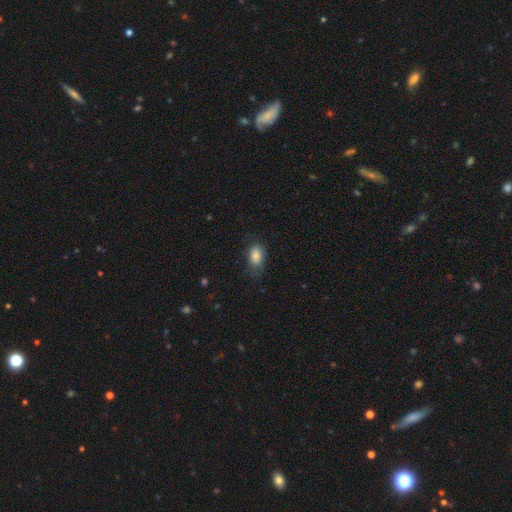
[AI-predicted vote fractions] smooth_or_featured: smooth (p=0.86) [alt: star or artifact p=0.08]
how_rounded: in between (p=0.86) [alt: round p=0.12]
merging: none (p=0.68) [alt: minor disturbance p=0.23]